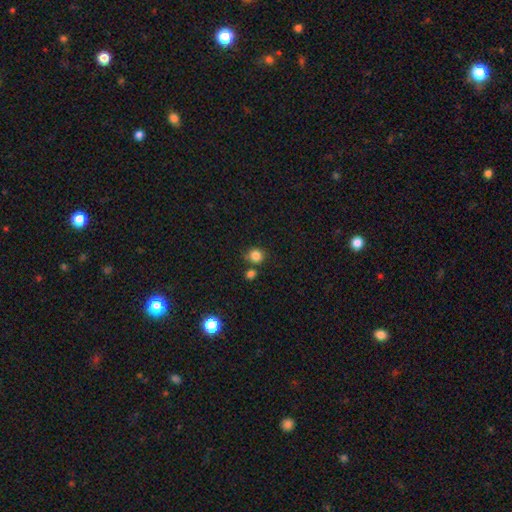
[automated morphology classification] type=smooth (84%); roundness=round (84%); merging=none (70%).